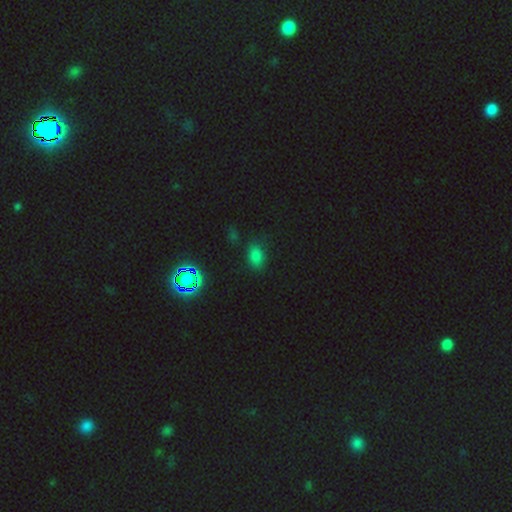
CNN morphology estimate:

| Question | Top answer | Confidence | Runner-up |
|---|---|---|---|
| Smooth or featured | smooth | 70% | star or artifact (24%) |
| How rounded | in between | 81% | round (17%) |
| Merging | none | 78% | minor disturbance (14%) |